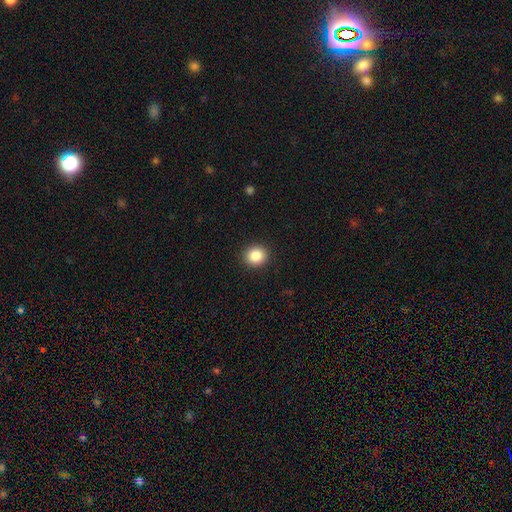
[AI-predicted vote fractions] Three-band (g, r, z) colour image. It shows a smooth galaxy with no disk features (86%) that is round (86%). Merging: none (92%).